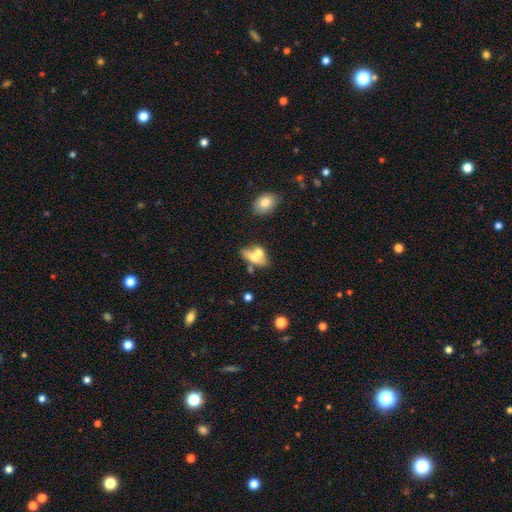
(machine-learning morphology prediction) type=smooth (58%); roundness=in between (70%); merging=merger (48%).